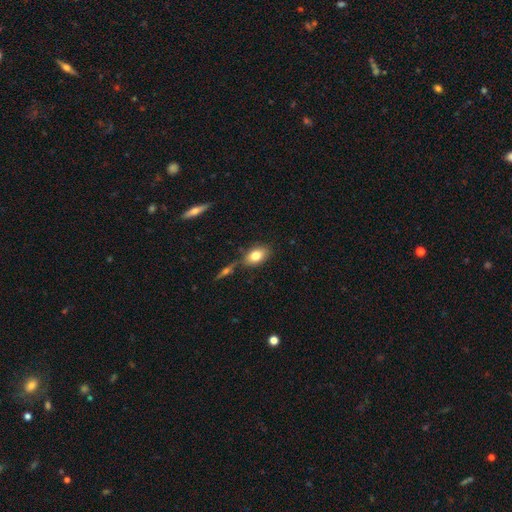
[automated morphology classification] Smooth or featured: smooth — 79% (featured or disk — 13%)
How rounded: in between — 86% (round — 11%)
Merging: none — 69% (minor disturbance — 14%)